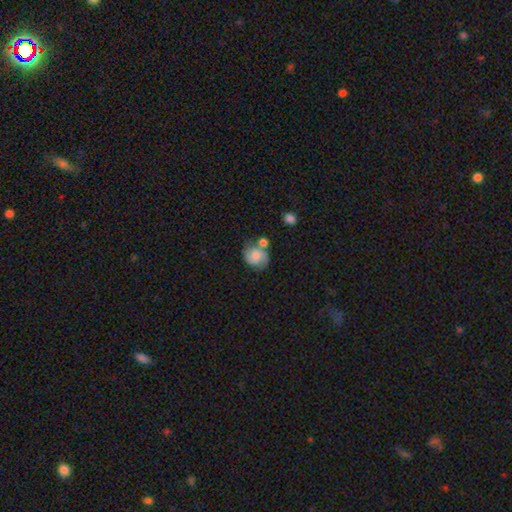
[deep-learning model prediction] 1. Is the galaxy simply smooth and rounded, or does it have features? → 54% smooth, 36% featured or disk, 9% star or artifact.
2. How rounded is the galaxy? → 65% round, 34% in between, 1% cigar-shaped.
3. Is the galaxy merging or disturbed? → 50% none, 22% minor disturbance, 20% merger, 8% major disturbance.